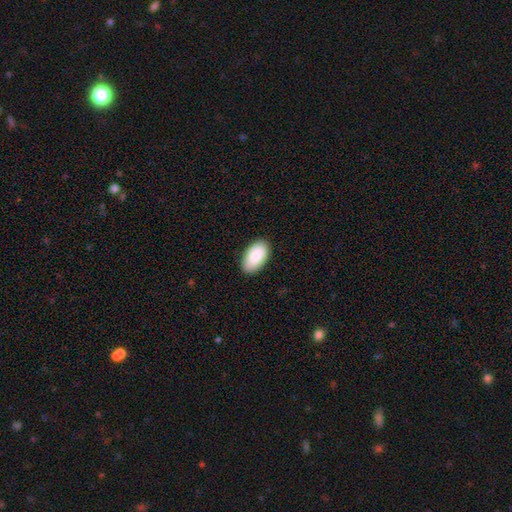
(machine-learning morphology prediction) This is clearly a smooth galaxy (87%). How rounded: clearly in between (96%). Merging: clearly none (87%).